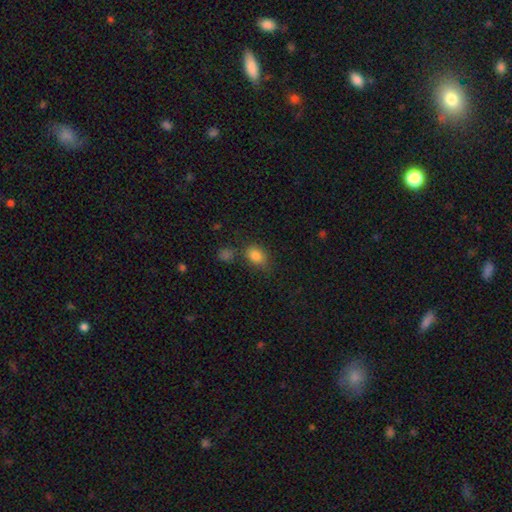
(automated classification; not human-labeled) A smooth galaxy with no disk features (83%) that is in between round and cigar-shaped (72%).

Vote fractions:
- Smooth or featured? smooth: 83% / star or artifact: 11% / featured or disk: 7%
- How rounded? in between: 72% / round: 26% / cigar-shaped: 2%
- Merging? none: 65% / minor disturbance: 19% / merger: 10% / major disturbance: 6%